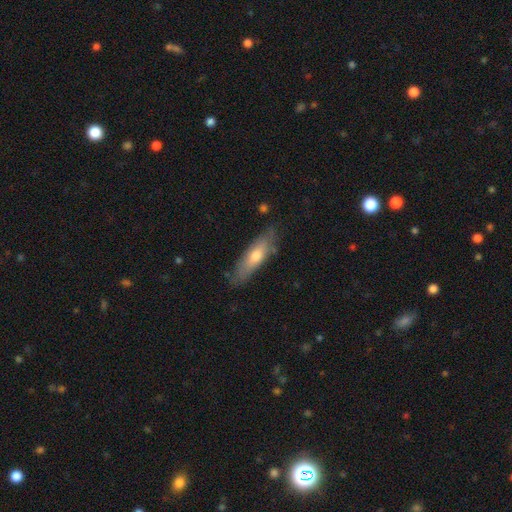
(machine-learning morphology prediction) Overall: smooth (61%; featured or disk 33%). How rounded: cigar-shaped (57%; in between 41%). Merging: none (76%).